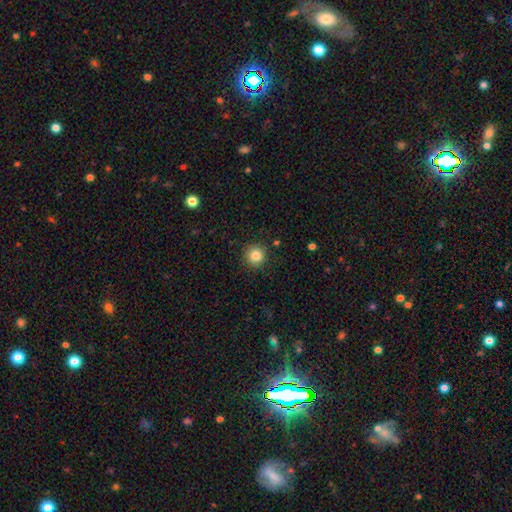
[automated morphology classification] Smooth or featured: smooth — 83% (star or artifact — 11%)
How rounded: round — 95% (in between — 4%)
Merging: none — 90% (minor disturbance — 7%)